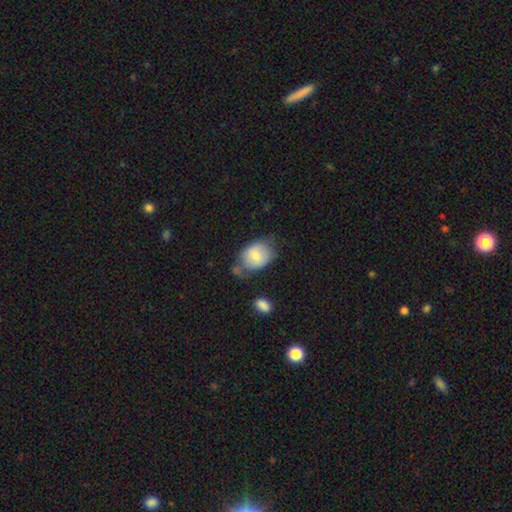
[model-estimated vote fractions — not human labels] Smooth or featured: smooth — 77% (featured or disk — 16%)
How rounded: in between — 70% (round — 29%)
Merging: none — 54% (minor disturbance — 26%)